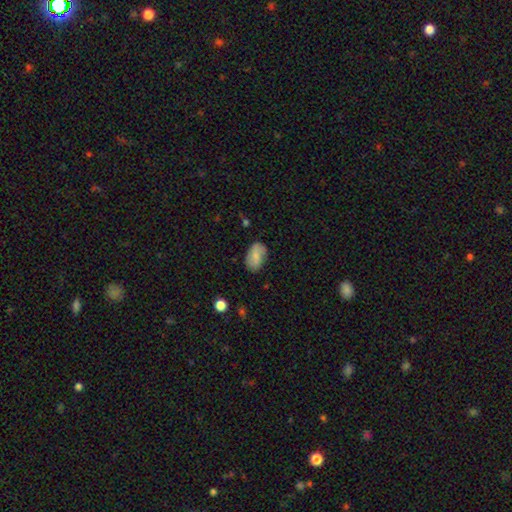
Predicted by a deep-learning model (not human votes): Smooth or featured?
  - smooth: 74% *
  - featured or disk: 19%
  - star or artifact: 7%
How rounded?
  - in between: 91% *
  - round: 8%
  - cigar-shaped: 1%
Merging?
  - none: 74% *
  - minor disturbance: 20%
  - major disturbance: 4%
  - merger: 2%